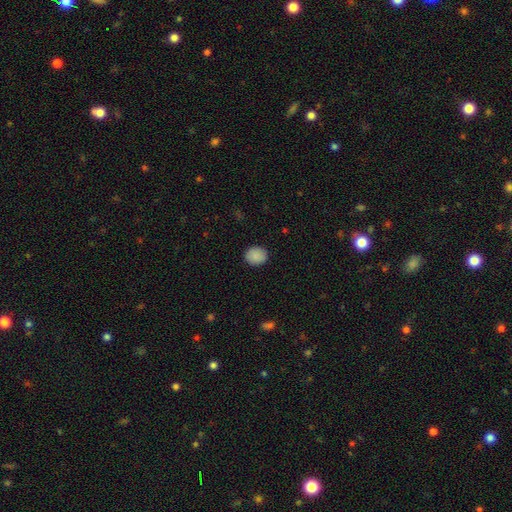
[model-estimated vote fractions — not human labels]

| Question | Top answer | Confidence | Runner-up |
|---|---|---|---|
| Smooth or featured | smooth | 89% | star or artifact (8%) |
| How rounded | round | 75% | in between (24%) |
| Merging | none | 89% | minor disturbance (8%) |